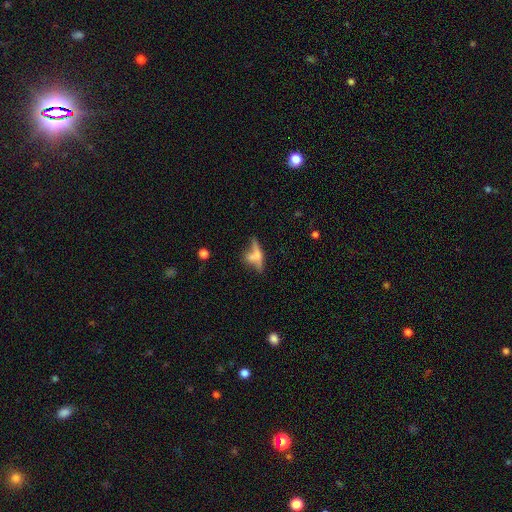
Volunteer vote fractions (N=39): Smooth or featured? 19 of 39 (49%, tied with featured or disk) said smooth. How rounded? 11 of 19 (58%) said cigar-shaped. Merging? 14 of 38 (37%) said none.